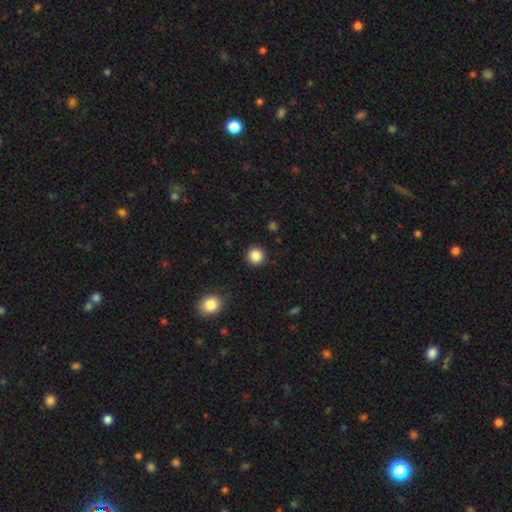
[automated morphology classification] A smooth galaxy with no disk features (87%) that is round (94%).

Vote fractions:
- Smooth or featured? smooth: 87% / star or artifact: 10% / featured or disk: 3%
- How rounded? round: 94% / in between: 5% / cigar-shaped: 1%
- Merging? none: 91% / minor disturbance: 6% / major disturbance: 2% / merger: 1%